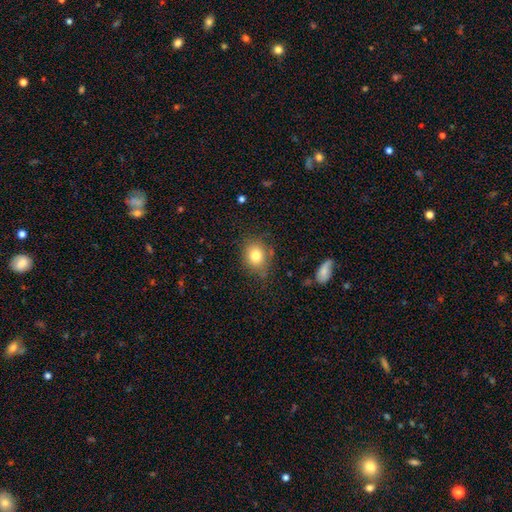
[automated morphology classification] A smooth galaxy with no disk features (79%) that is round (64%). Merging: none (76%).